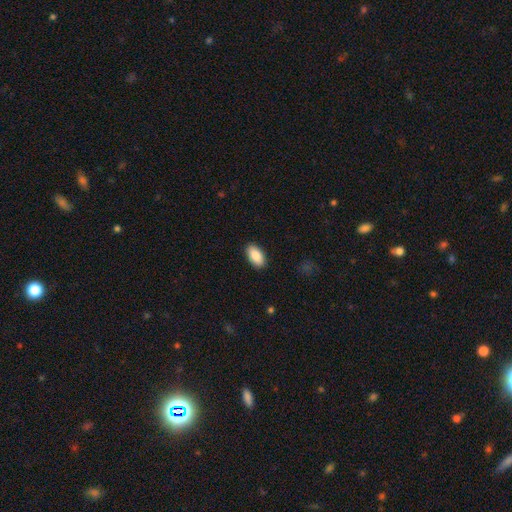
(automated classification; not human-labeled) A smooth galaxy with no disk features (86%) that is in between round and cigar-shaped (95%).

Vote fractions:
- Smooth or featured? smooth: 86% / featured or disk: 8% / star or artifact: 6%
- How rounded? in between: 95% / round: 3% / cigar-shaped: 2%
- Merging? none: 90% / minor disturbance: 7% / major disturbance: 2% / merger: 1%